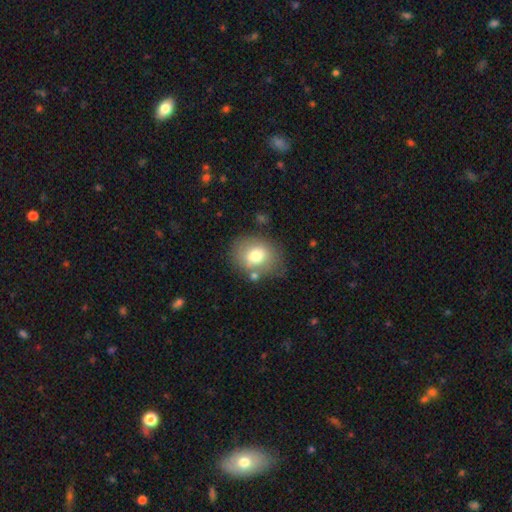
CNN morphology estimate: smooth 73%, featured or disk 18%, star or artifact 9%. Down the decision tree: how rounded — round (52%); merging — none (69%).